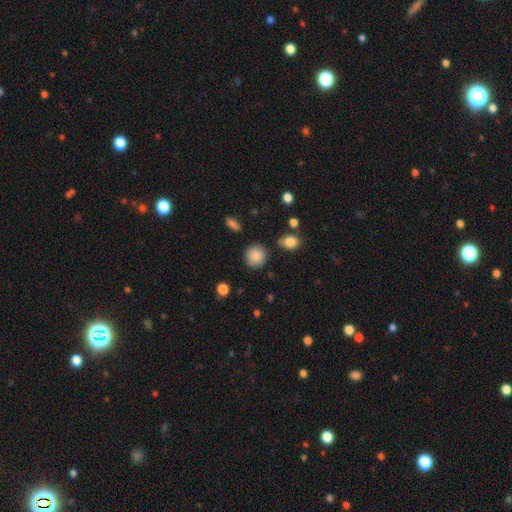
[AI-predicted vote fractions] Smooth or featured? Predicted: smooth (p=0.86). How rounded? Predicted: round (p=0.90). Merging? Predicted: none (p=0.84).